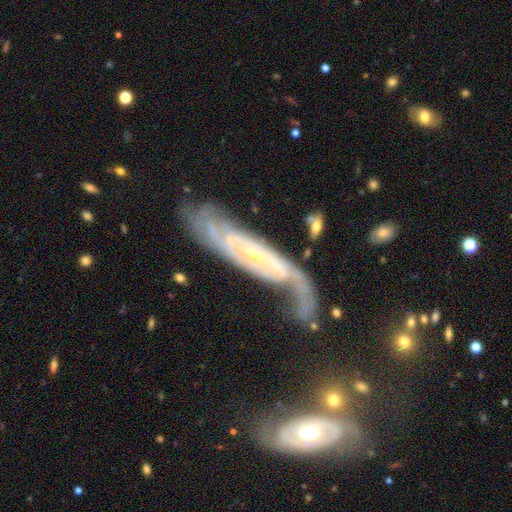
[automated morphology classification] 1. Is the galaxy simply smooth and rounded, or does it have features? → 85% featured or disk, 9% smooth, 6% star or artifact.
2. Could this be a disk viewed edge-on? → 80% no, 20% yes.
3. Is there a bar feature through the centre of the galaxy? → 61% no, 27% weak, 12% strong.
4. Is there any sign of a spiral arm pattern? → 95% yes, 5% no.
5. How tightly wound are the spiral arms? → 53% tight, 33% medium, 13% loose.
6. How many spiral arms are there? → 42% 2, 32% can't tell, 10% 3, 7% 1, 5% 4, 4% more than 4.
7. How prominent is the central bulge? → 80% small, 15% moderate, 2% none, 1% large, 1% dominant.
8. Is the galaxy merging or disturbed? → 51% none, 23% minor disturbance, 19% major disturbance, 7% merger.